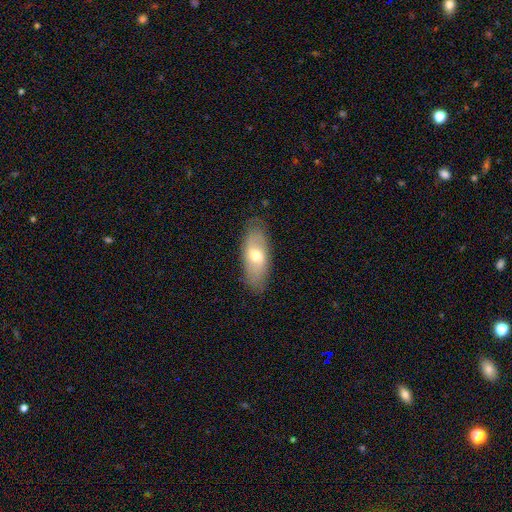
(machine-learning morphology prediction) Smooth or featured? Predicted: smooth (p=0.57). How rounded? Predicted: in between (p=0.81). Merging? Predicted: none (p=0.82).